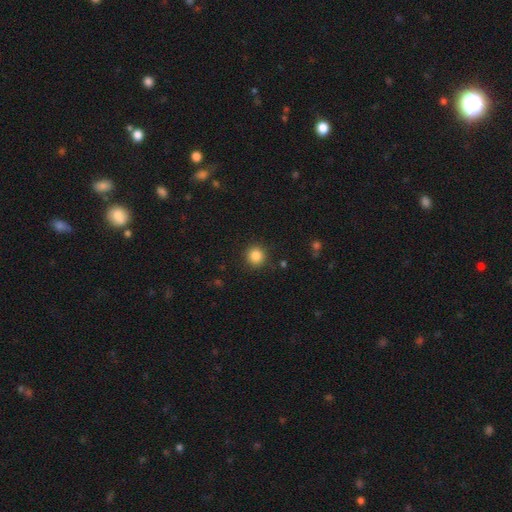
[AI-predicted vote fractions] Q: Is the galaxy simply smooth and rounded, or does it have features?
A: smooth — 85%.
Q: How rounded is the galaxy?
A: round — 93%.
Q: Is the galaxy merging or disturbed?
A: none — 90%.